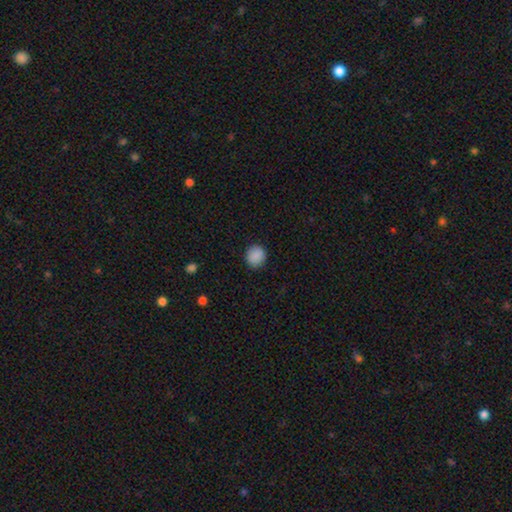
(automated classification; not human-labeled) smooth_or_featured: smooth (p=0.89) [alt: star or artifact p=0.08]
how_rounded: round (p=0.82) [alt: in between p=0.17]
merging: none (p=0.90) [alt: minor disturbance p=0.07]